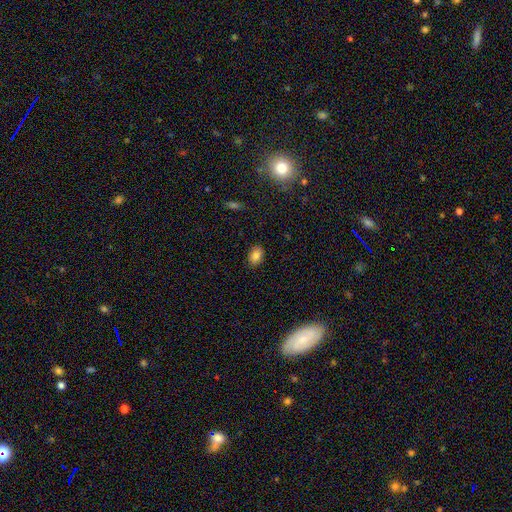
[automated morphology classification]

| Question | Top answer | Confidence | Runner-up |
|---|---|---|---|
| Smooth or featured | smooth | 84% | star or artifact (9%) |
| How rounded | in between | 82% | round (17%) |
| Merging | none | 87% | minor disturbance (9%) |